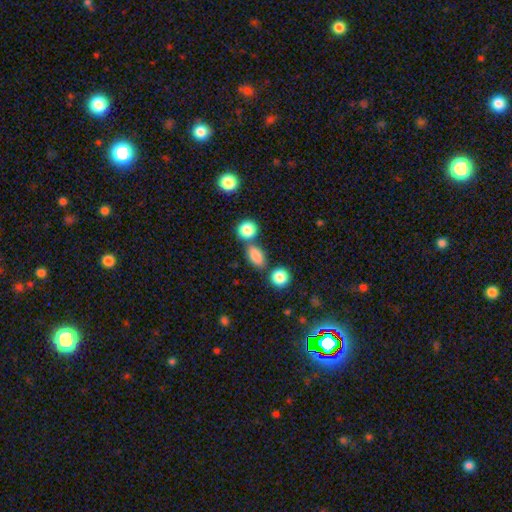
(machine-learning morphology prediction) smooth 84%, star or artifact 10%, featured or disk 5%. Down the decision tree: how rounded — in between (75%); merging — none (68%).